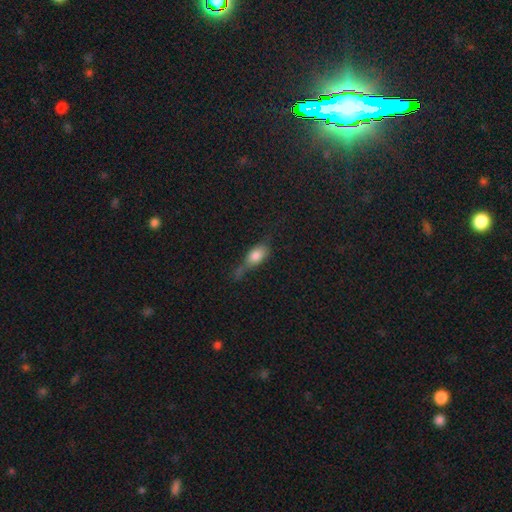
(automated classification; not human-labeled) A smooth galaxy with no disk features (73%) that is in between round and cigar-shaped (76%).

Vote fractions:
- Smooth or featured? smooth: 73% / featured or disk: 18% / star or artifact: 10%
- How rounded? in between: 76% / cigar-shaped: 14% / round: 11%
- Merging? minor disturbance: 32% / none: 31% / major disturbance: 27% / merger: 10%